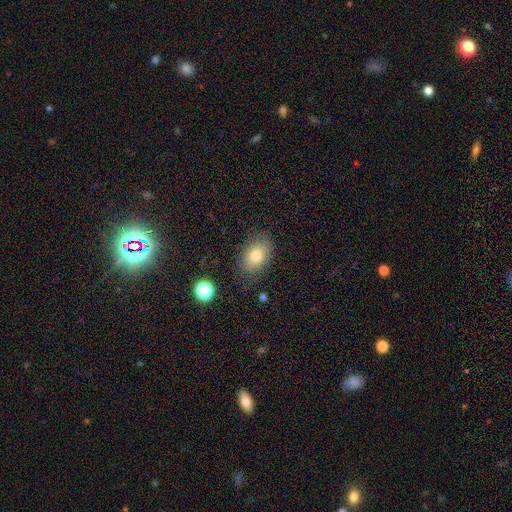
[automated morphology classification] Smooth or featured: smooth — 78% (featured or disk — 12%)
How rounded: in between — 85% (round — 14%)
Merging: none — 79% (minor disturbance — 14%)